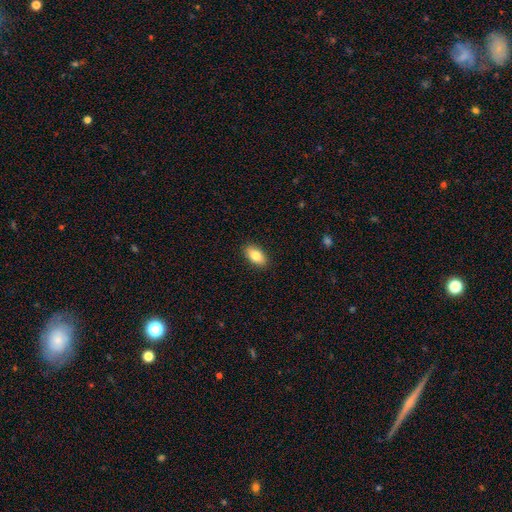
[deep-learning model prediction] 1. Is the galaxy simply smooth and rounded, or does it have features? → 83% smooth, 10% featured or disk, 7% star or artifact.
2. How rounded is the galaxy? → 92% in between, 5% round, 4% cigar-shaped.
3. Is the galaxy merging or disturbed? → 90% none, 8% minor disturbance, 2% major disturbance, 1% merger.